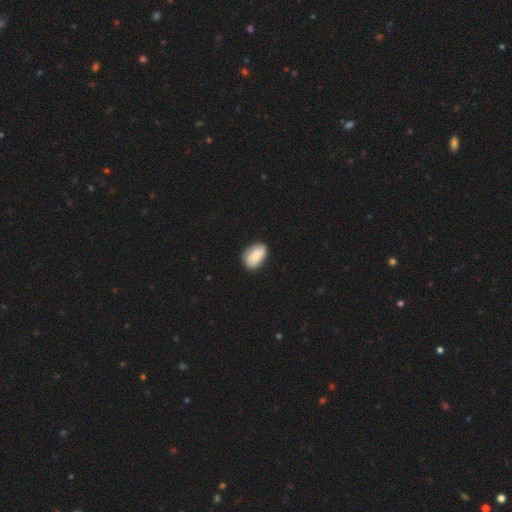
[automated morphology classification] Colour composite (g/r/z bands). It shows a smooth galaxy with no disk features (81%) that is in between round and cigar-shaped (89%). Merging: none (72%).